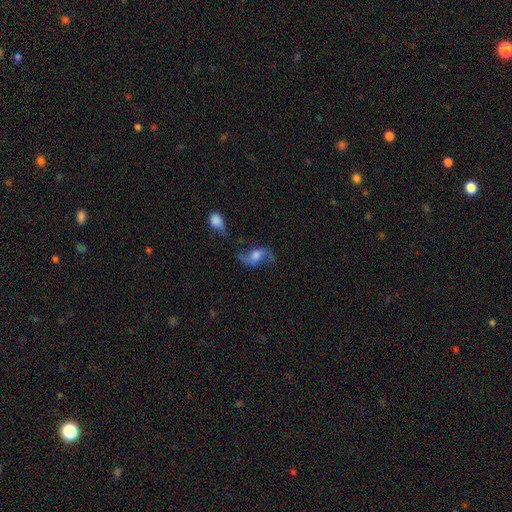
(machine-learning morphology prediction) Q: Smooth or featured?
A: featured or disk (69%); runner-up: smooth (22%)
Q: Edge-on disk?
A: no (94%); runner-up: yes (6%)
Q: Bar?
A: no (47%); runner-up: weak (38%)
Q: Spiral arms?
A: yes (90%); runner-up: no (10%)
Q: Spiral winding?
A: loose (80%); runner-up: medium (16%)
Q: Spiral arm count?
A: 2 (91%); runner-up: 1 (3%)
Q: Bulge size?
A: moderate (45%); runner-up: small (22%)
Q: Merging?
A: none (52%); runner-up: minor disturbance (21%)